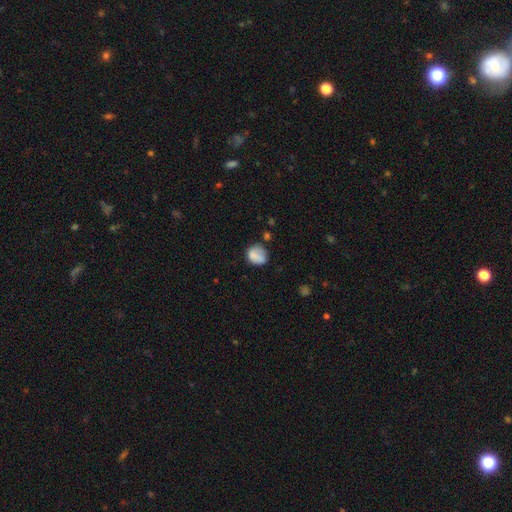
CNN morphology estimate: This appears to be a smooth galaxy with no disk features (80%) that is round (65%). Merging: none (57%).